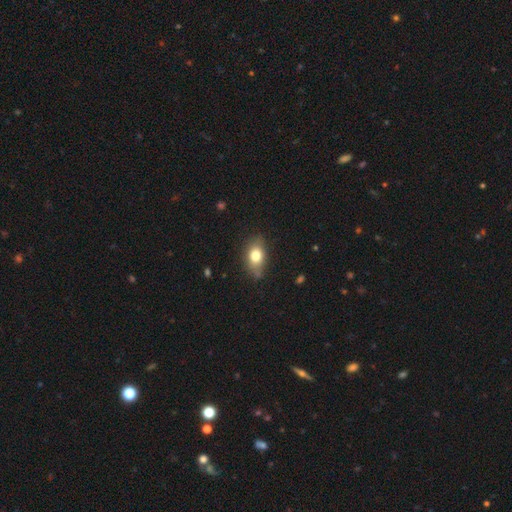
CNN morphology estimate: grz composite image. It shows a smooth galaxy with no disk features (78%) that is in between round and cigar-shaped (79%). Merging: none (72%).